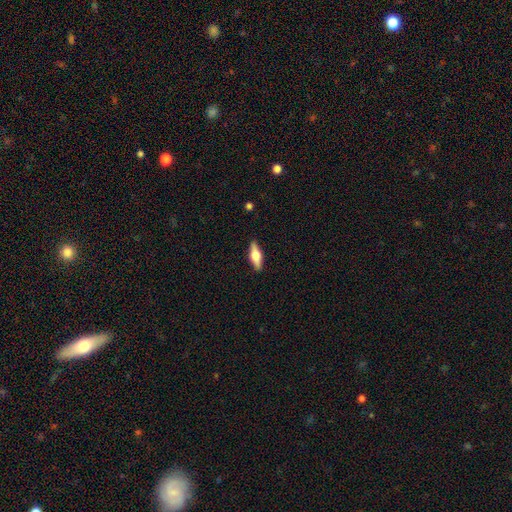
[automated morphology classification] featured or disk 53%, smooth 41%, star or artifact 6%. Down the decision tree: edge-on disk — yes (94%); merging — none (88%).